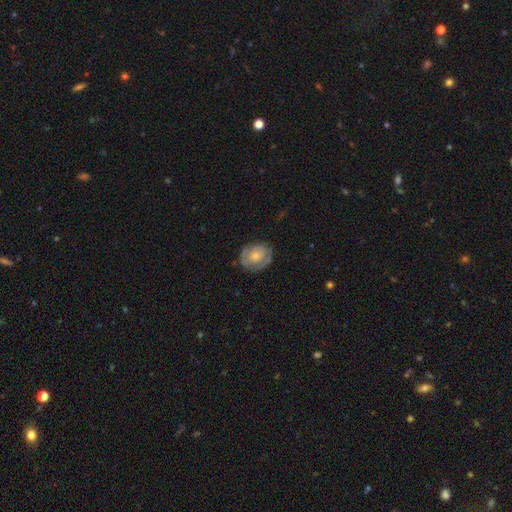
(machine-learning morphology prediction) Smooth or featured? featured or disk (50%)
Edge-on disk? no (96%)
Merging? none (73%)